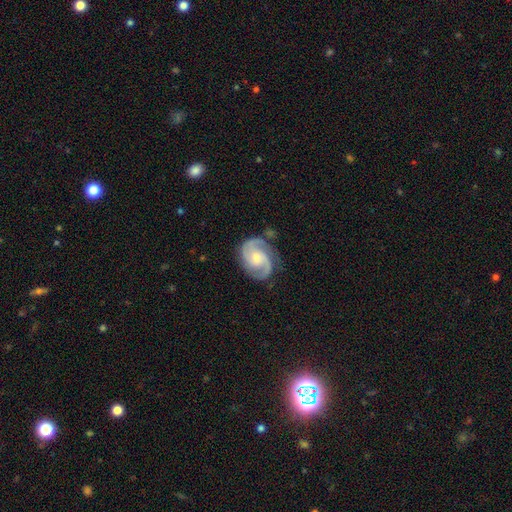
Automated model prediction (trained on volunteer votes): Overall: featured or disk (89%). Edge-on disk: no (98%). Bar: no (60%; weak 33%). Spiral arms: yes (98%). Spiral arm count: 2 (85%). Spiral winding: medium (52%; tight 37%). Bulge size: moderate (47%; small 45%). Merging: none (75%).